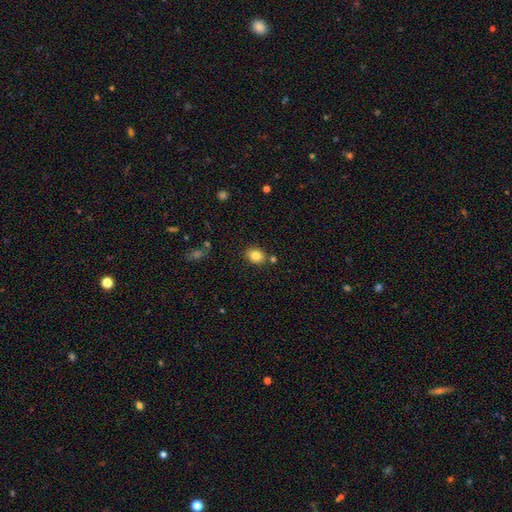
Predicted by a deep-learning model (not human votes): Smooth or featured? Predicted: smooth (p=0.84). How rounded? Predicted: in between (p=0.61). Merging? Predicted: none (p=0.81).